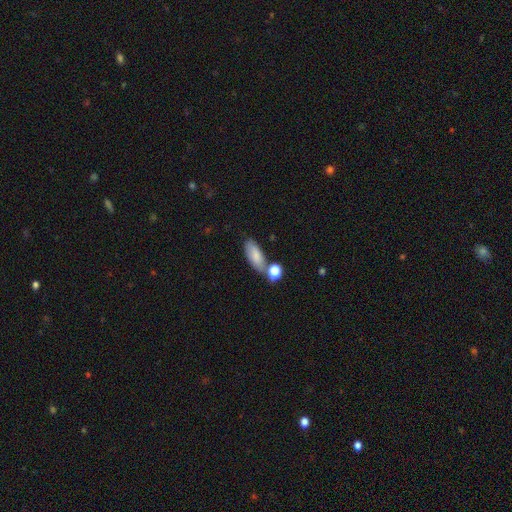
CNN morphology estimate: smooth 81%, featured or disk 12%, star or artifact 7%. Down the decision tree: how rounded — in between (80%); merging — none (60%).